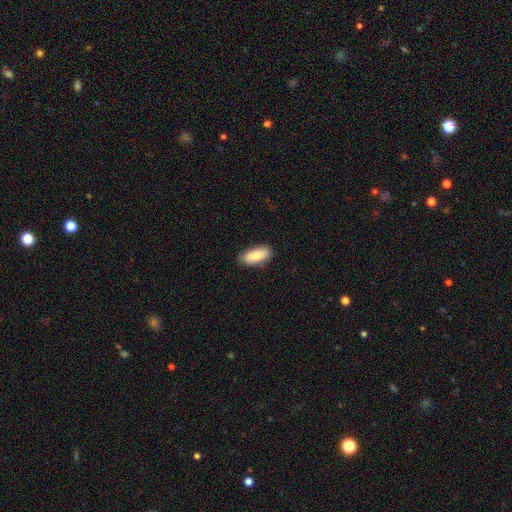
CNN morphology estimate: smooth 81%, featured or disk 13%, star or artifact 6%. Down the decision tree: how rounded — in between (86%); merging — none (86%).